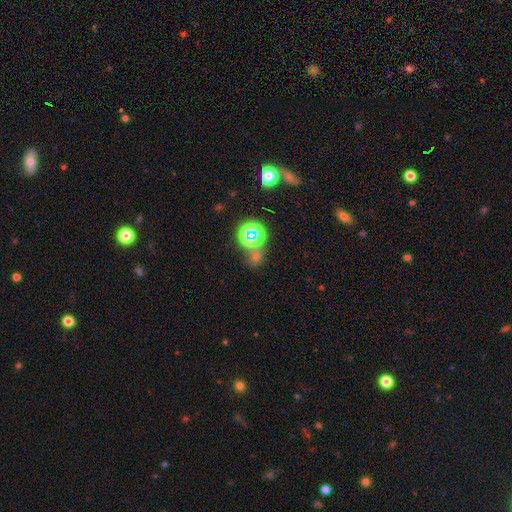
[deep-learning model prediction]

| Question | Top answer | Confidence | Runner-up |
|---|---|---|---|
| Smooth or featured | star or artifact | 56% | smooth (35%) |